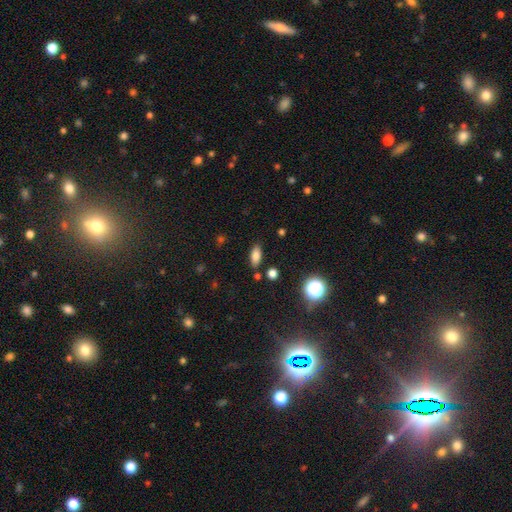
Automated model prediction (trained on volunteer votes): Overall: smooth (79%). How rounded: in between (83%). Merging: none (83%).